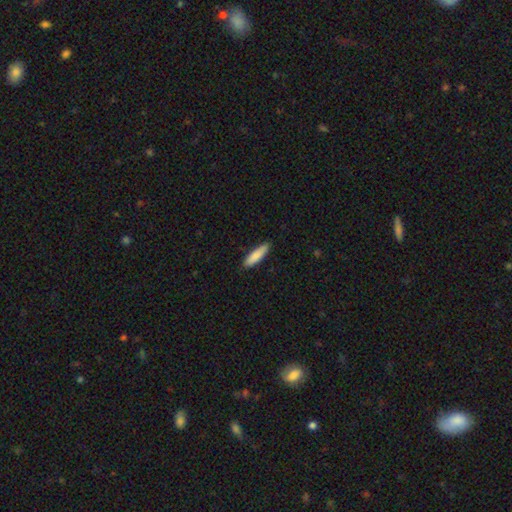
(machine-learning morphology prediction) This is clearly a smooth galaxy (86%). How rounded: likely cigar-shaped (70%). Merging: clearly none (88%).